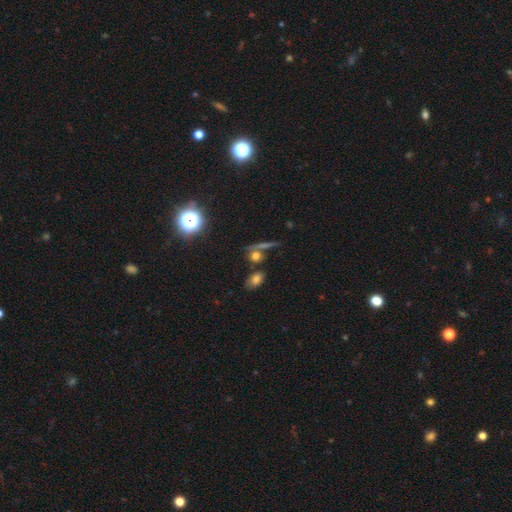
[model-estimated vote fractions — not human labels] The model was most divided on "how rounded": round: 53%, in between: 30%, cigar-shaped: 16%. More confident: merging — none (65%); smooth or featured — smooth (59%).